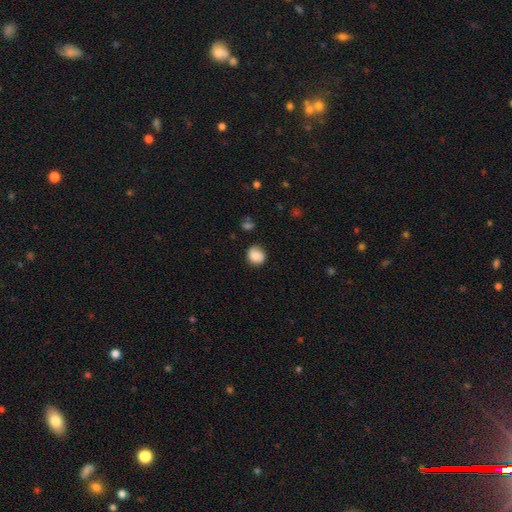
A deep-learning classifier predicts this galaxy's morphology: Smooth or featured?
  - smooth: 84% *
  - star or artifact: 8%
  - featured or disk: 8%
How rounded?
  - round: 83% *
  - in between: 16%
  - cigar-shaped: 1%
Merging?
  - none: 79% *
  - minor disturbance: 15%
  - major disturbance: 4%
  - merger: 2%